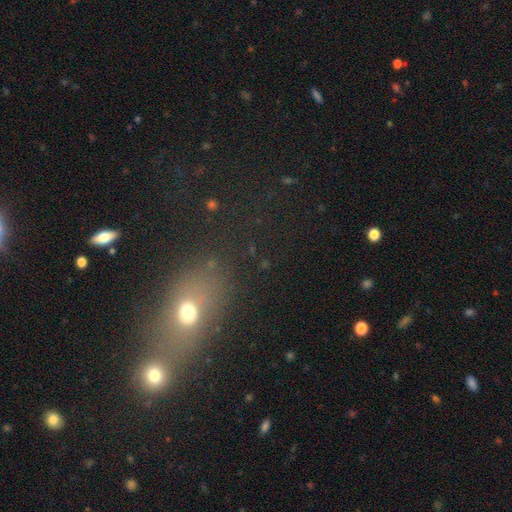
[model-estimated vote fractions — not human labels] A smooth galaxy with no disk features (49%).

Vote fractions:
- Smooth or featured? smooth: 49% / star or artifact: 35% / featured or disk: 16%
- Merging? none: 48% / merger: 32% / minor disturbance: 12% / major disturbance: 8%